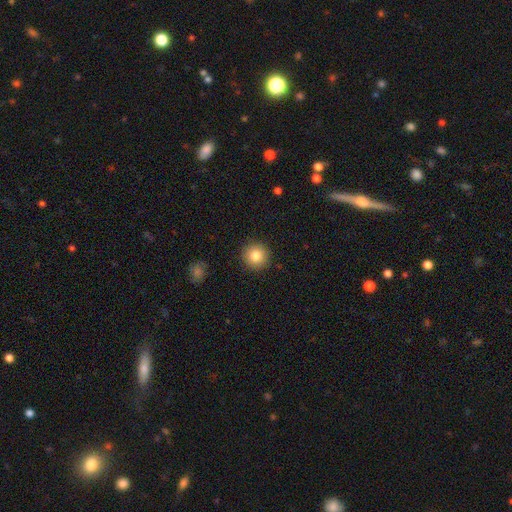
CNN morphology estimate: A smooth galaxy with no disk features (82%) that is round (95%). Merging: none (92%).